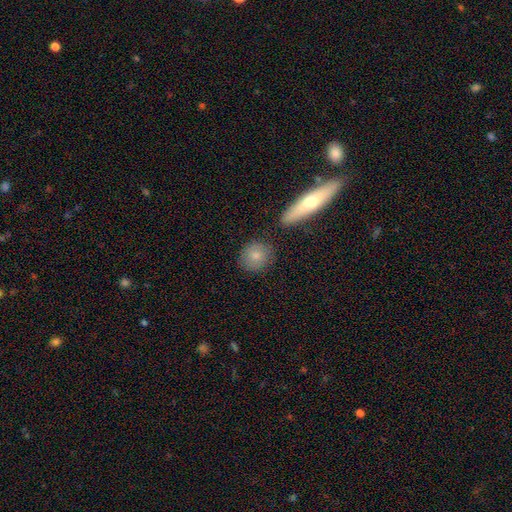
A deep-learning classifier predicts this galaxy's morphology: Overall: smooth (80%). How rounded: round (82%). Merging: none (81%).